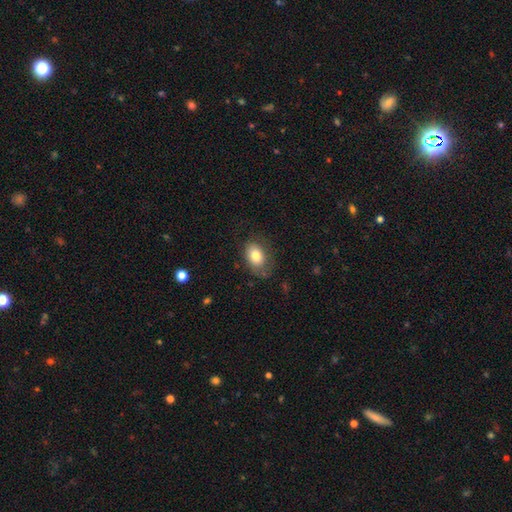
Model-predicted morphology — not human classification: type=smooth (79%); roundness=in between (83%); merging=none (69%).